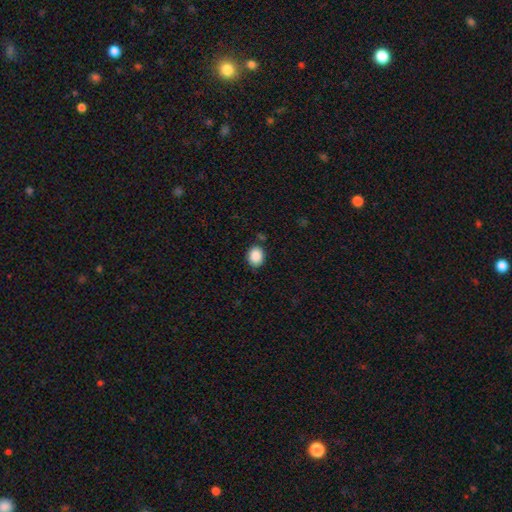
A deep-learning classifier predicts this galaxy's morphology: type=smooth (89%); roundness=in between (50%); merging=none (83%).